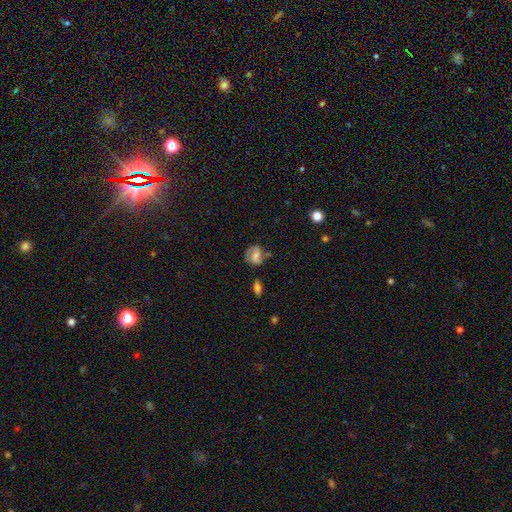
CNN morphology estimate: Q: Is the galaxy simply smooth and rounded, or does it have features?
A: featured or disk — 53%.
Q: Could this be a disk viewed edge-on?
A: no — 97%.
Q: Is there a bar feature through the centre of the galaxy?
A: weak — 43%.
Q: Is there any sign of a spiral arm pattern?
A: yes — 82%.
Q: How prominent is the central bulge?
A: moderate — 41%.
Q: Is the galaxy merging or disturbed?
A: none — 58%.